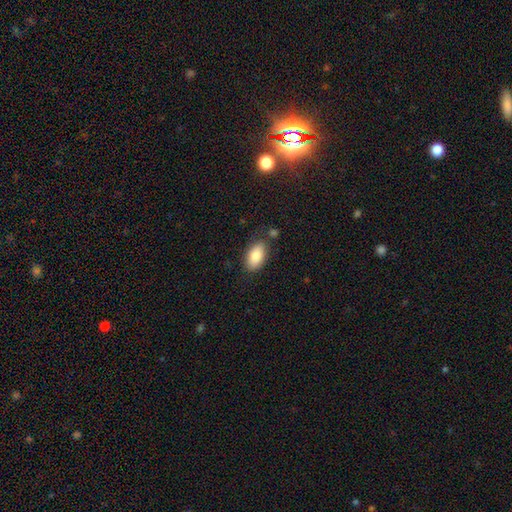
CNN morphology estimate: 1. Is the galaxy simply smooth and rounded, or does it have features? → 85% smooth, 8% featured or disk, 7% star or artifact.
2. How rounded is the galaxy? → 93% in between, 4% round, 3% cigar-shaped.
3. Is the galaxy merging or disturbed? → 76% none, 15% minor disturbance, 5% merger, 4% major disturbance.